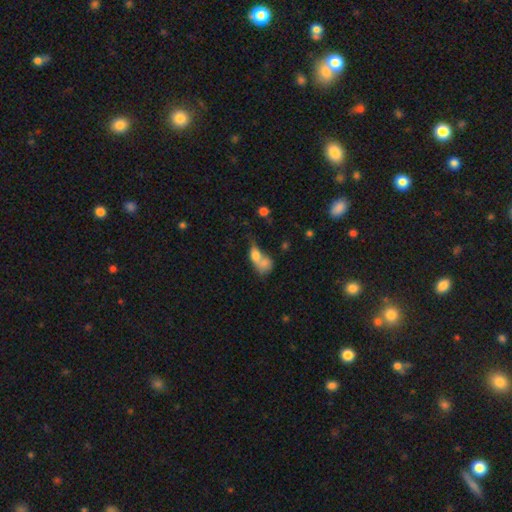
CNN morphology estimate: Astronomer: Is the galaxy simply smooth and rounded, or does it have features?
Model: smooth — 67%.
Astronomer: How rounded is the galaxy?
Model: in between — 62%.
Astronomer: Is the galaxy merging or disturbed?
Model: merger — 71%.